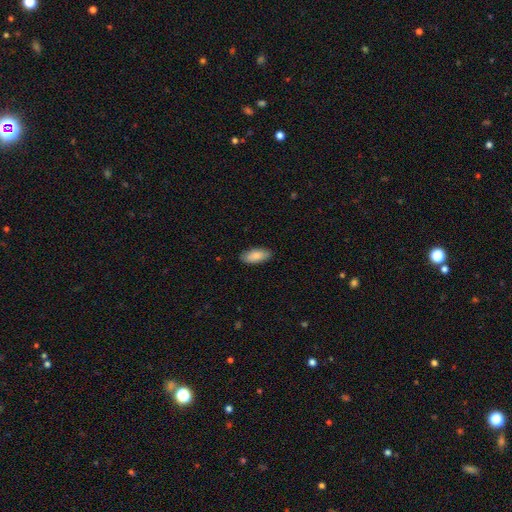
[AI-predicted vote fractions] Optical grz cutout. It shows a smooth galaxy with no disk features (86%) that is in between round and cigar-shaped (88%). Merging: none (88%).